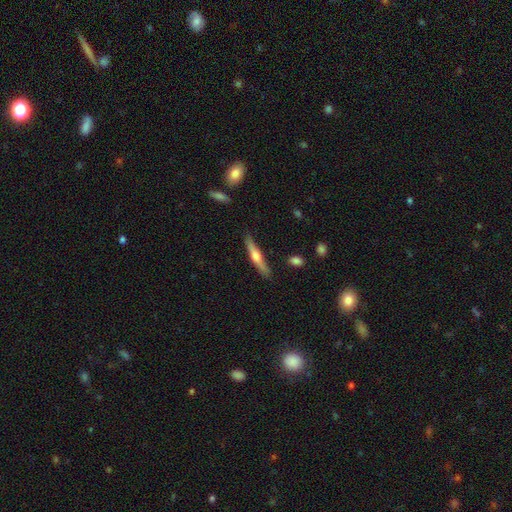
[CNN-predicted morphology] This is possibly a featured or disk galaxy (58%). It is clearly viewed edge-on (97%). Edge-on bulge: clearly rounded (87%). Merging: clearly none (85%).